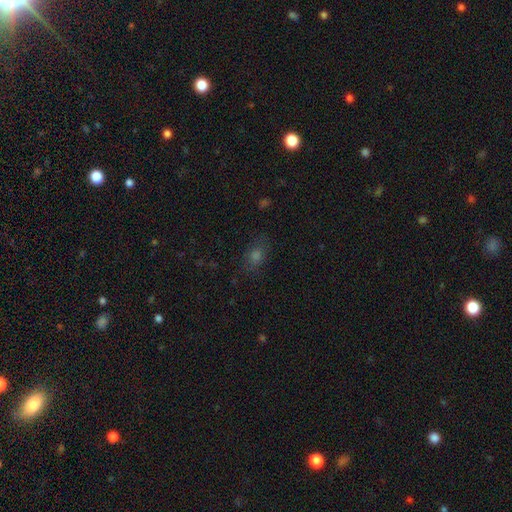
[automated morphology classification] This is possibly a smooth galaxy (60%). How rounded: likely in between (62%). Merging: clearly none (82%).